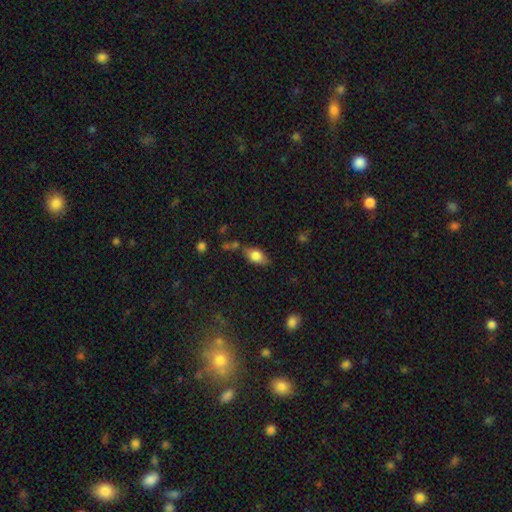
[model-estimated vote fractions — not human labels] Smooth or featured?
  - smooth: 74% *
  - featured or disk: 17%
  - star or artifact: 8%
How rounded?
  - in between: 85% *
  - round: 8%
  - cigar-shaped: 7%
Merging?
  - none: 66% *
  - minor disturbance: 20%
  - merger: 8%
  - major disturbance: 6%